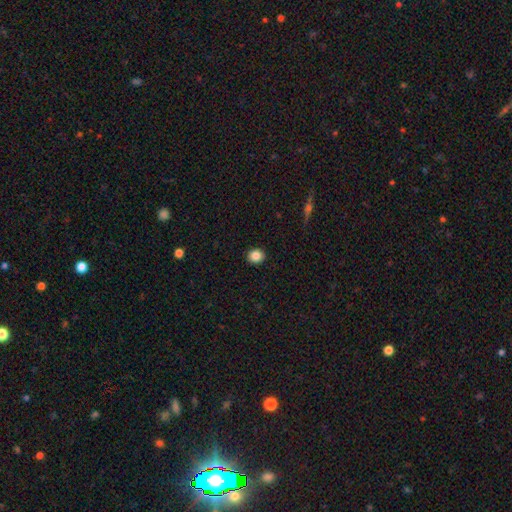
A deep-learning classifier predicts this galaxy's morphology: Overall: smooth (86%). How rounded: round (79%). Merging: none (92%).